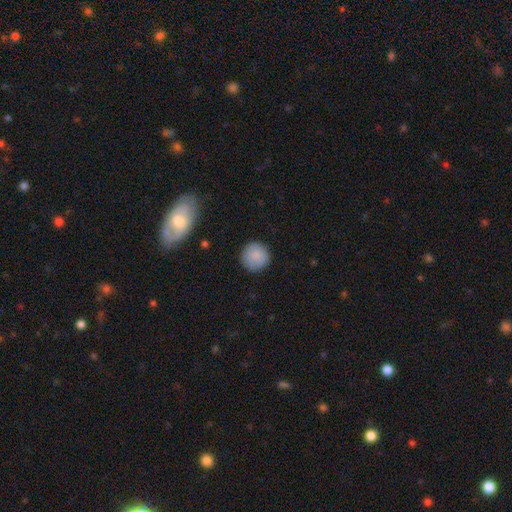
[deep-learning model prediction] smooth_or_featured: smooth (p=0.86) [alt: star or artifact p=0.08]
how_rounded: round (p=0.95) [alt: in between p=0.04]
merging: none (p=0.88) [alt: minor disturbance p=0.09]